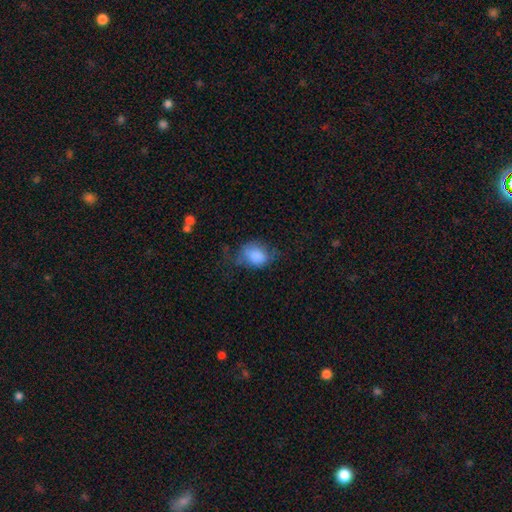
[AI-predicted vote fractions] Smooth or featured? smooth (79%)
How rounded? in between (58%)
Merging? none (42%)